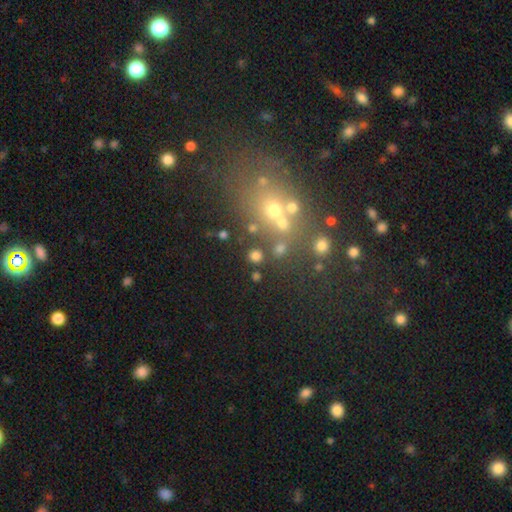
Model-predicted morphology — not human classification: smooth_or_featured: smooth (p=0.68) [alt: star or artifact p=0.21]
how_rounded: round (p=0.88) [alt: in between p=0.11]
merging: none (p=0.76) [alt: merger p=0.12]